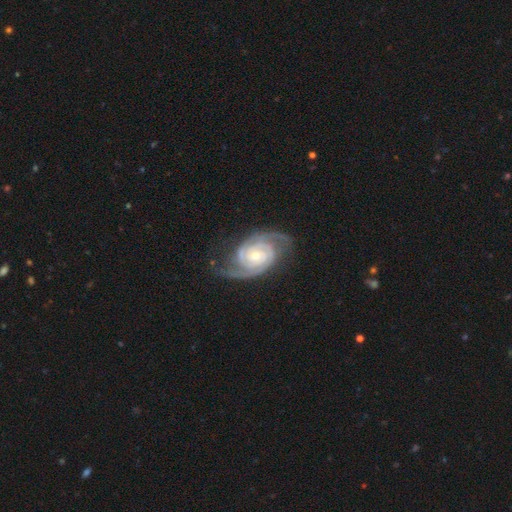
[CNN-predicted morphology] A featured or disk galaxy (92%) with no bar (64%), 2 (74%) tight (60%) spiral arms (98%) and a small central bulge (57%).

Vote fractions:
- Smooth or featured? featured or disk: 92% / star or artifact: 4% / smooth: 4%
- Edge-on disk? no: 97% / yes: 3%
- Bar? no: 64% / weak: 26% / strong: 10%
- Spiral arms? yes: 98% / no: 2%
- Spiral winding? tight: 60% / medium: 34% / loose: 5%
- Spiral arm count? 2: 74% / 3: 13% / can't tell: 5% / 4: 3% / 1: 2% / more than 4: 2%
- Bulge size? small: 57% / moderate: 39% / large: 2% / none: 2% / dominant: 1%
- Merging? none: 75% / minor disturbance: 17% / major disturbance: 7% / merger: 1%